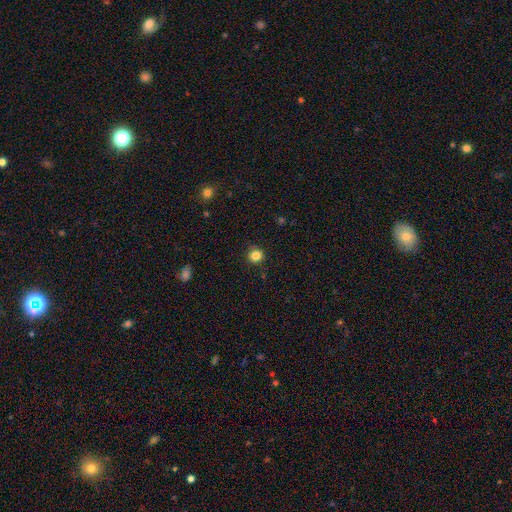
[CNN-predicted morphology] smooth-or-featured: smooth: 84% | star or artifact: 12% | featured or disk: 5%
  how-rounded: round: 91% | in between: 8% | cigar-shaped: 1%
  merging: none: 88% | minor disturbance: 8% | major disturbance: 2% | merger: 1%